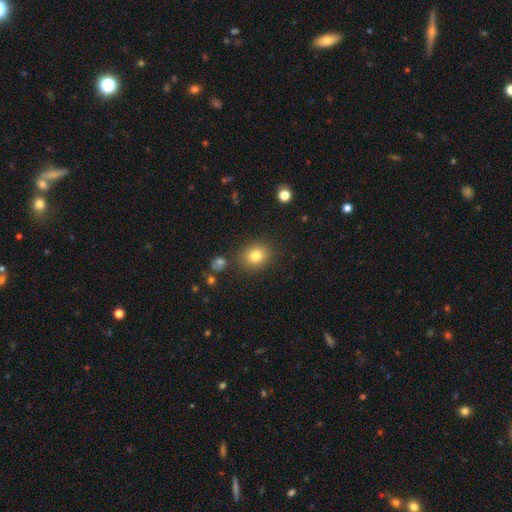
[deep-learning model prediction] This appears to be a smooth galaxy with no disk features (81%) that is round (69%). Merging: none (84%).